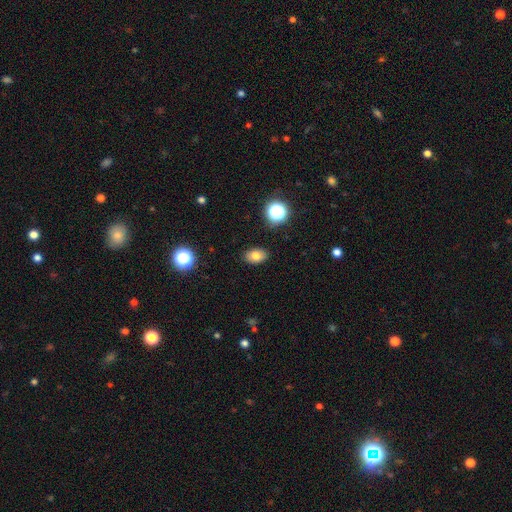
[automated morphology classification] Smooth or featured? smooth (77%)
How rounded? in between (83%)
Merging? none (88%)